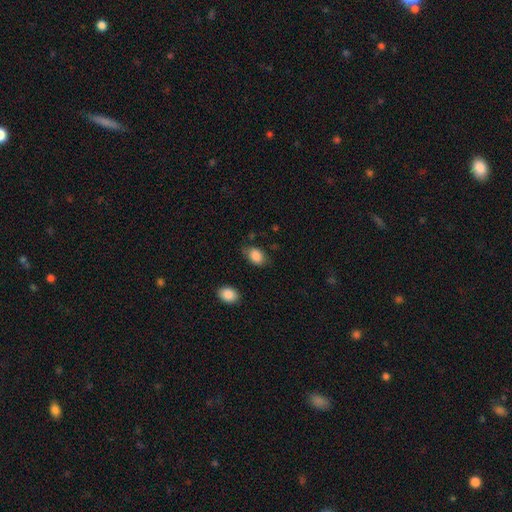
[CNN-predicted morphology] smooth_or_featured: smooth (p=0.87) [alt: star or artifact p=0.08]
how_rounded: in between (p=0.84) [alt: round p=0.15]
merging: none (p=0.71) [alt: minor disturbance p=0.21]